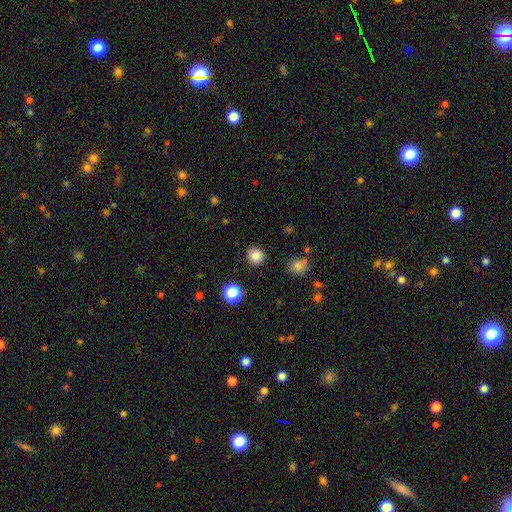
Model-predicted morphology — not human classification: smooth 84%, star or artifact 12%, featured or disk 4%. Down the decision tree: how rounded — round (89%); merging — none (89%).